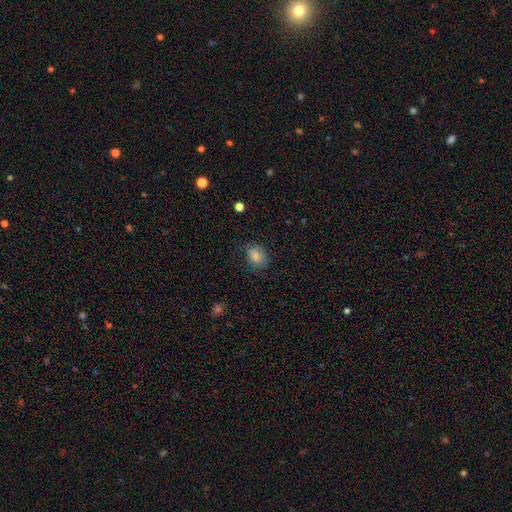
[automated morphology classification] The model was most divided on "how rounded": in between: 56%, round: 43%, cigar-shaped: 1%. More confident: smooth or featured — smooth (74%); merging — none (66%).